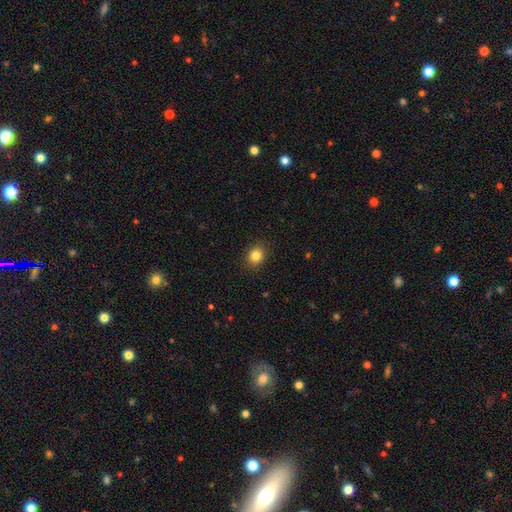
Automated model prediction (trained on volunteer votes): smooth-or-featured: smooth: 84% | star or artifact: 11% | featured or disk: 5%
  how-rounded: round: 63% | in between: 36% | cigar-shaped: 1%
  merging: none: 90% | minor disturbance: 7% | major disturbance: 2% | merger: 1%